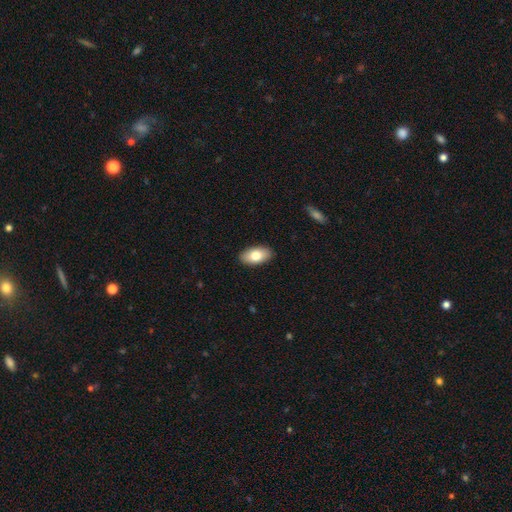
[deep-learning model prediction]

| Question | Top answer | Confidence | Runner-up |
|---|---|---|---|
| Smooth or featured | smooth | 78% | featured or disk (15%) |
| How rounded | in between | 94% | round (4%) |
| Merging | none | 90% | minor disturbance (7%) |